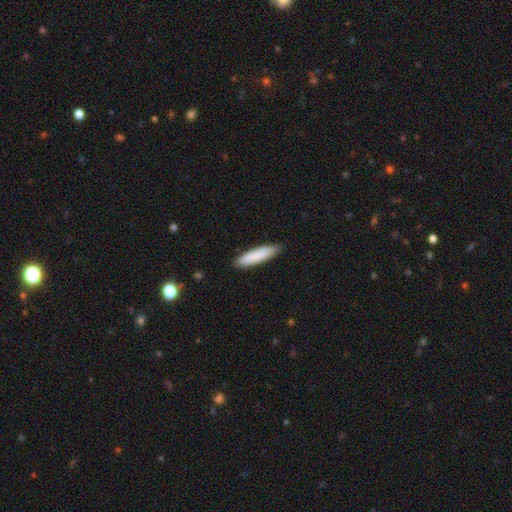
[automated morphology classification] Smooth or featured?
  - smooth: 87% *
  - featured or disk: 8%
  - star or artifact: 5%
How rounded?
  - cigar-shaped: 77% *
  - in between: 21%
  - round: 1%
Merging?
  - none: 89% *
  - minor disturbance: 8%
  - major disturbance: 1%
  - merger: 1%